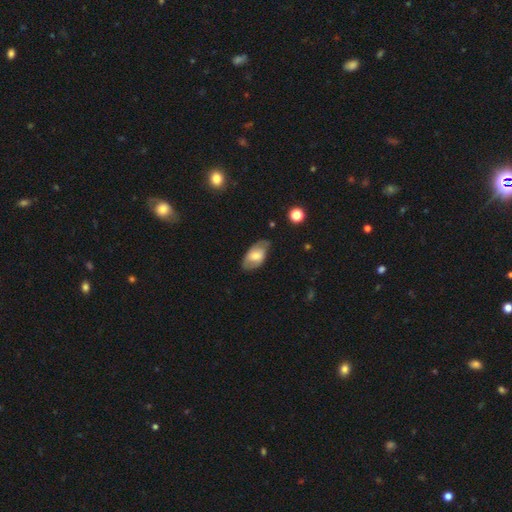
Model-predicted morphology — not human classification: A smooth galaxy with no disk features (55%) that is in between round and cigar-shaped (92%). Merging: none (62%).